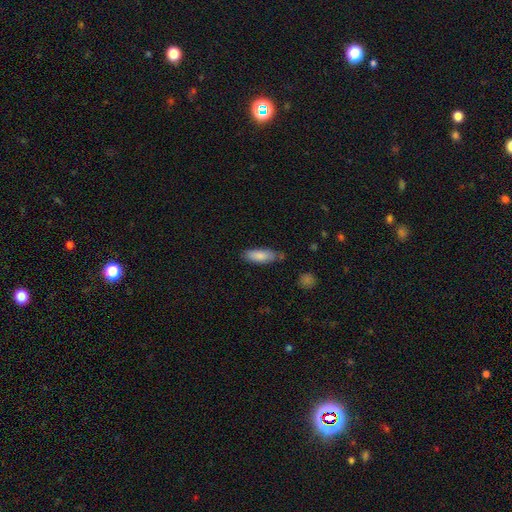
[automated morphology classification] A smooth galaxy with no disk features (79%) that is in between round and cigar-shaped (55%). Merging: none (76%).